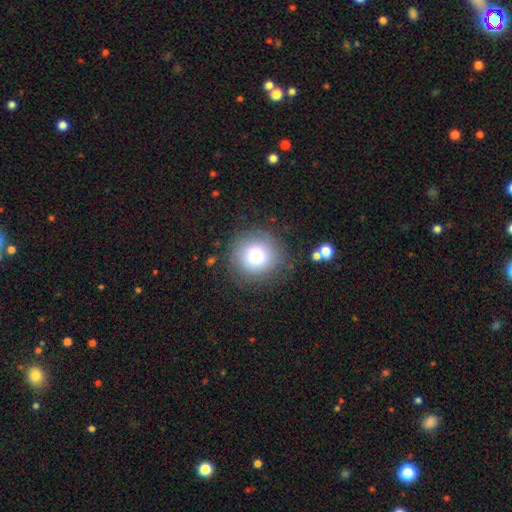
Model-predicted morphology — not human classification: This is likely a smooth galaxy (74%). How rounded: clearly round (94%). Merging: clearly none (84%).